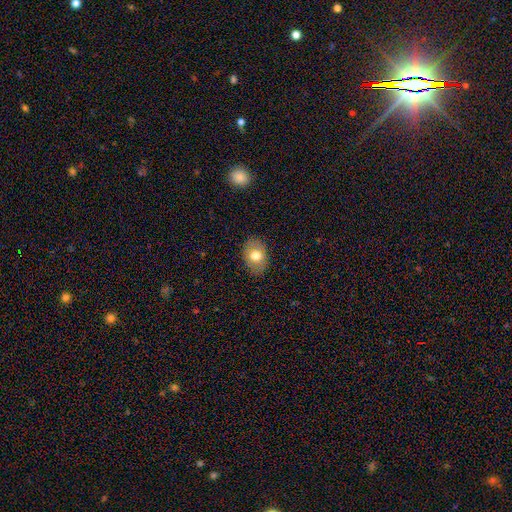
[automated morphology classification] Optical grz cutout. It shows a smooth galaxy with no disk features (74%) that is in between round and cigar-shaped (72%). Merging: none (85%).